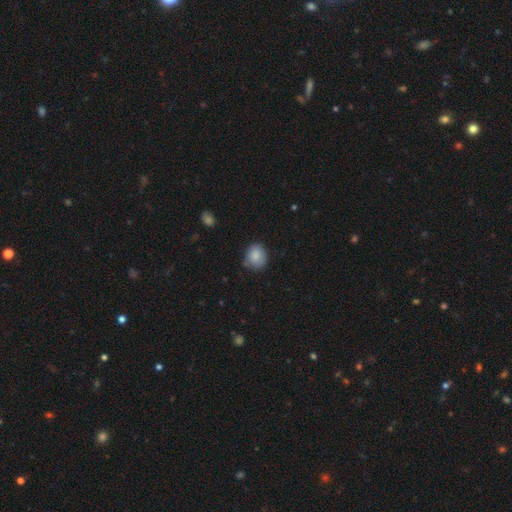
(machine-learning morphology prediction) Smooth or featured? Predicted: smooth (p=0.85). How rounded? Predicted: round (p=0.65). Merging? Predicted: none (p=0.70).